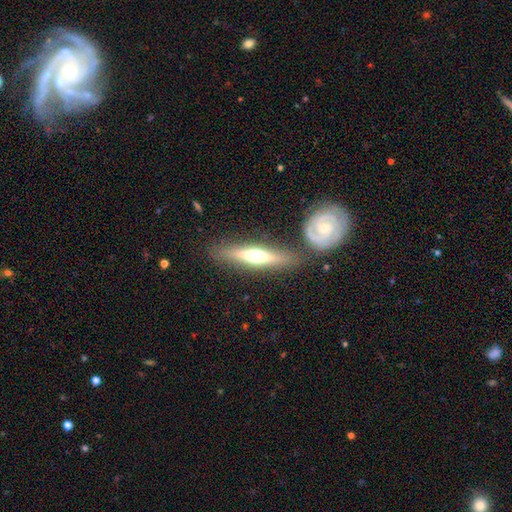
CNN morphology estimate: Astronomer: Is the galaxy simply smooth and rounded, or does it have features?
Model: featured or disk — 61%.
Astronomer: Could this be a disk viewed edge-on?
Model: yes — 88%.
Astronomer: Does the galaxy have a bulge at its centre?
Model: rounded — 84%.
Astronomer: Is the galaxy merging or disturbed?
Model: none — 76%.